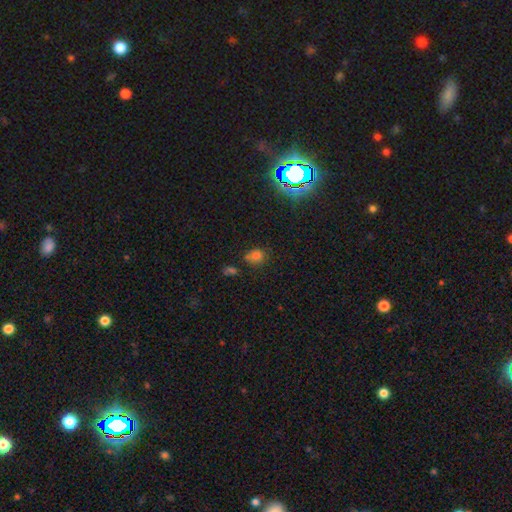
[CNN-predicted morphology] Q: Smooth or featured?
A: smooth (69%); runner-up: star or artifact (24%)
Q: How rounded?
A: round (60%); runner-up: in between (39%)
Q: Merging?
A: none (65%); runner-up: minor disturbance (20%)